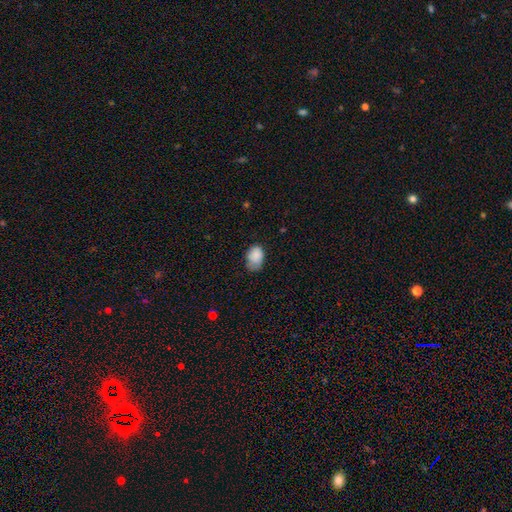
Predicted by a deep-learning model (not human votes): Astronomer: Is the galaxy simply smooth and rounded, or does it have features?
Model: smooth — 86%.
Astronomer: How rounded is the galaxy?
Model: in between — 80%.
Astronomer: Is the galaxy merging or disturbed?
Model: none — 52% (runner-up: minor disturbance, 37%).